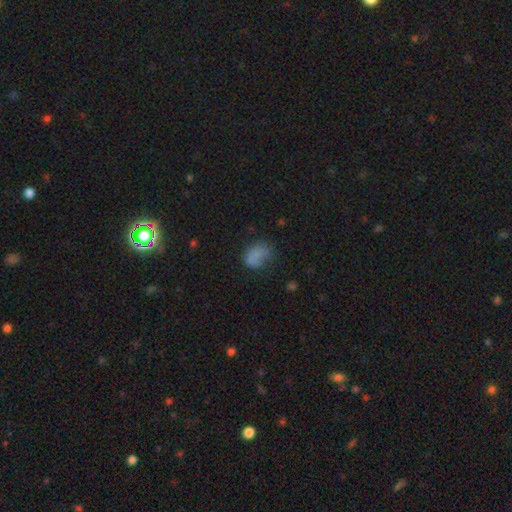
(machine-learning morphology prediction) Smooth or featured: smooth — 74% (star or artifact — 13%)
How rounded: in between — 72% (round — 26%)
Merging: none — 43% (minor disturbance — 29%)